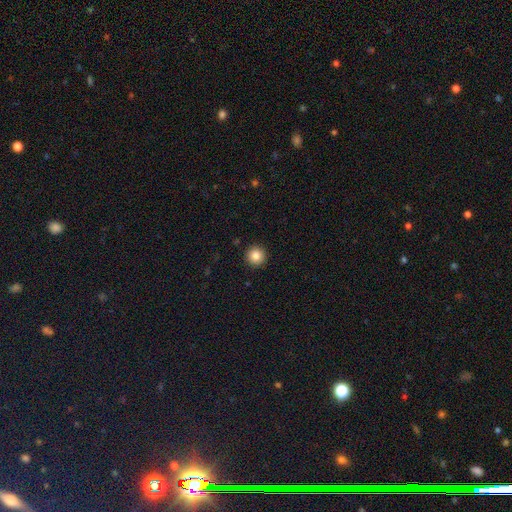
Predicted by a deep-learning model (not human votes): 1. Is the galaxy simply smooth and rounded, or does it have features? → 84% smooth, 10% star or artifact, 6% featured or disk.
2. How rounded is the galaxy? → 96% round, 3% in between, 1% cigar-shaped.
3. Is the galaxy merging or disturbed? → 93% none, 5% minor disturbance, 2% major disturbance, 1% merger.